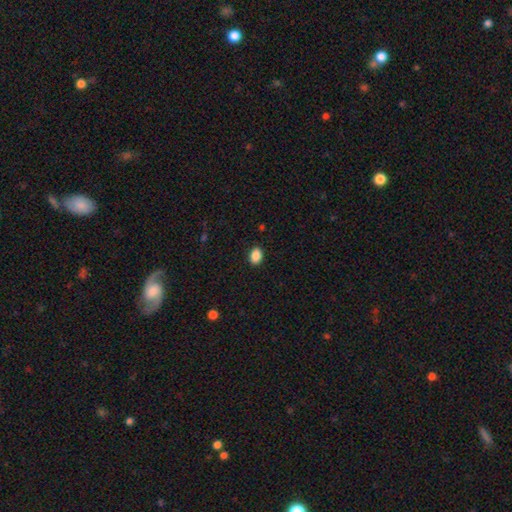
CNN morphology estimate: This is clearly a smooth galaxy (88%). How rounded: likely in between (75%). Merging: clearly none (89%).